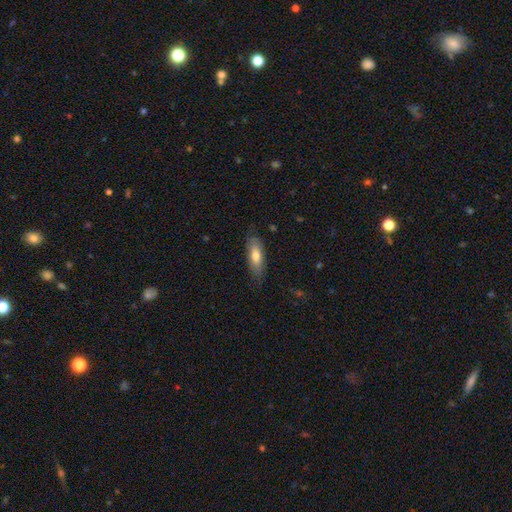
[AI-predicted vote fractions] This is likely a smooth galaxy (71%). How rounded: likely in between (68%). Merging: likely none (78%).